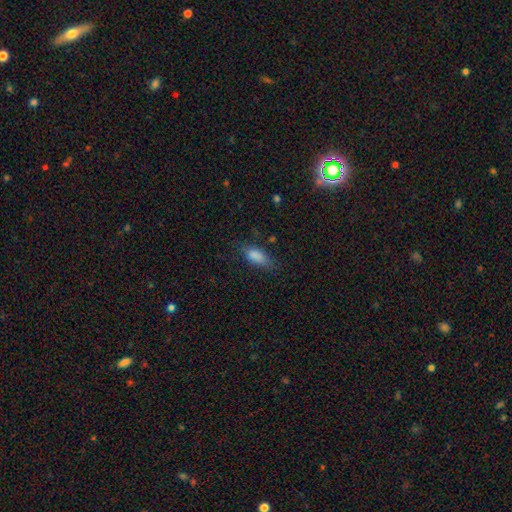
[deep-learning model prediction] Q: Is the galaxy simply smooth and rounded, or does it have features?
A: smooth — 83%.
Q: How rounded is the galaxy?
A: in between — 79%.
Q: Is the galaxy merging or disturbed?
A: none — 67%.